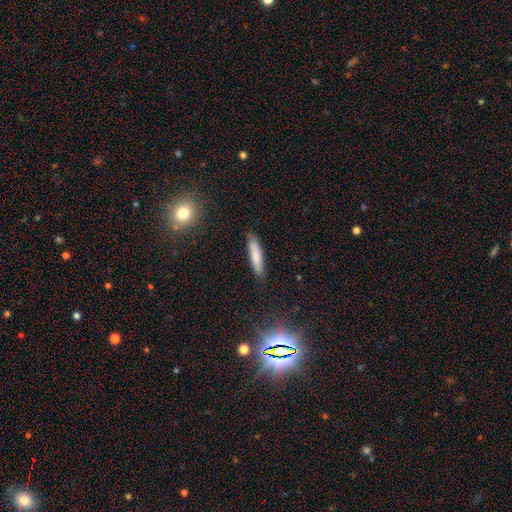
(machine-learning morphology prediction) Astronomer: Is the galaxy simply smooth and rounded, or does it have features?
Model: smooth — 78%.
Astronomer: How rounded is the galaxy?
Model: cigar-shaped — 87%.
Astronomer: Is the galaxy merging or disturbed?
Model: none — 86%.